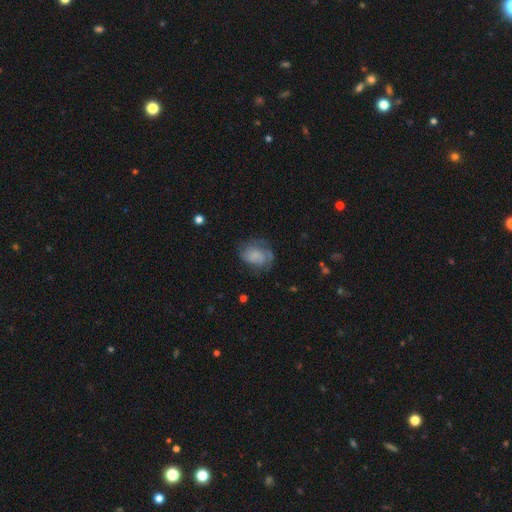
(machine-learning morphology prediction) This is possibly a smooth galaxy (53%). How rounded: likely in between (64%). Merging: possibly none (48%).